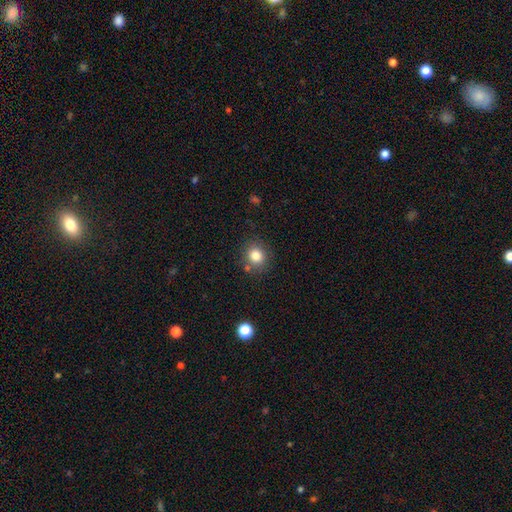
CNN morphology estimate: Smooth or featured?
  - smooth: 82% *
  - star or artifact: 12%
  - featured or disk: 7%
How rounded?
  - round: 84% *
  - in between: 15%
  - cigar-shaped: 1%
Merging?
  - none: 80% *
  - minor disturbance: 11%
  - merger: 6%
  - major disturbance: 3%